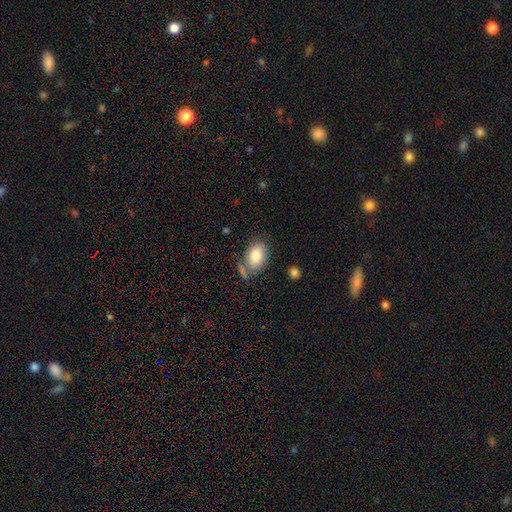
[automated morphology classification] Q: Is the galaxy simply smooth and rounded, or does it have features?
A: smooth — 80%.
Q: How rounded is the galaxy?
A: in between — 80%.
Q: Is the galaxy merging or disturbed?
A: none — 66%.